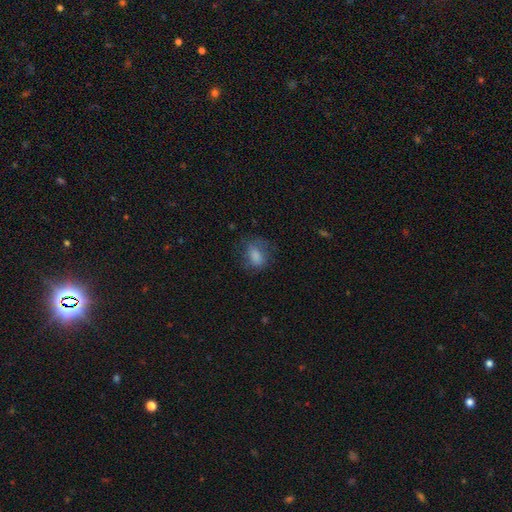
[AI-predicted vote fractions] smooth 77%, featured or disk 13%, star or artifact 9%. Down the decision tree: how rounded — in between (71%); merging — none (58%).